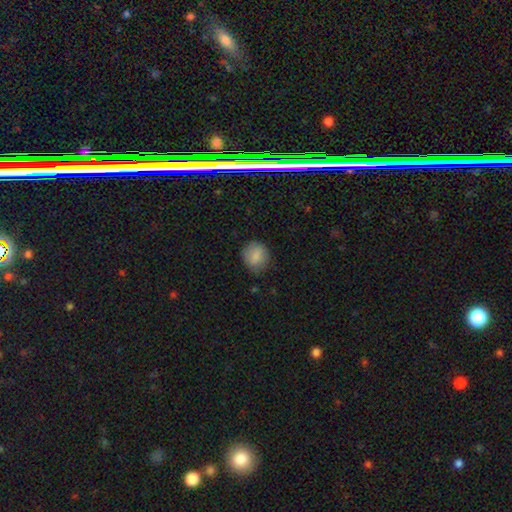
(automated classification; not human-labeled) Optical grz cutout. It shows a smooth galaxy with no disk features (85%) that is round (79%). Merging: none (79%).